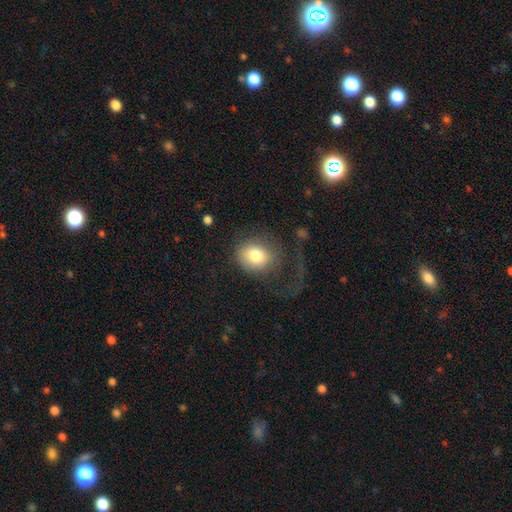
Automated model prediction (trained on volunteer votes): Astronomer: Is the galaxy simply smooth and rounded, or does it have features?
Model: smooth — 74%.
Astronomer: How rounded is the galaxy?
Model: round — 65%.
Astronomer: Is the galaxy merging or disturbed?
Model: major disturbance — 43% (runner-up: none, 41%).